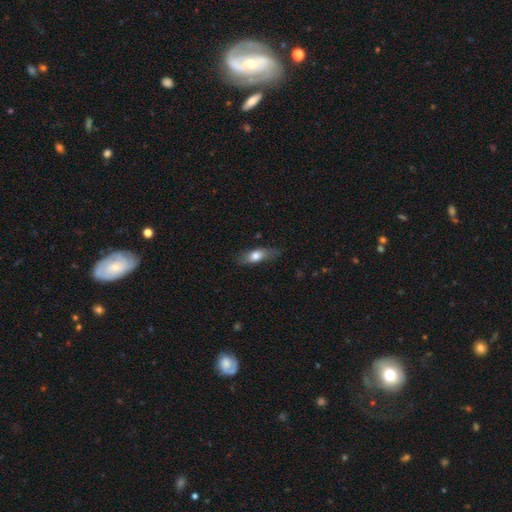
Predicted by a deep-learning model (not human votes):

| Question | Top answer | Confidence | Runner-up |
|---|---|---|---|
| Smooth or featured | smooth | 70% | featured or disk (23%) |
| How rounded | in between | 63% | cigar-shaped (32%) |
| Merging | none | 71% | minor disturbance (22%) |